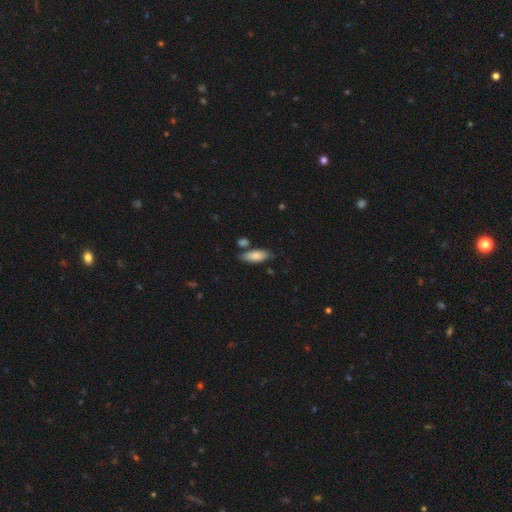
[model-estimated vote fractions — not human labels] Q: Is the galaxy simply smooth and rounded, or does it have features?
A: smooth — 81%.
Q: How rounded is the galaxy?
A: in between — 78%.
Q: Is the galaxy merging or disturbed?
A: none — 72%.